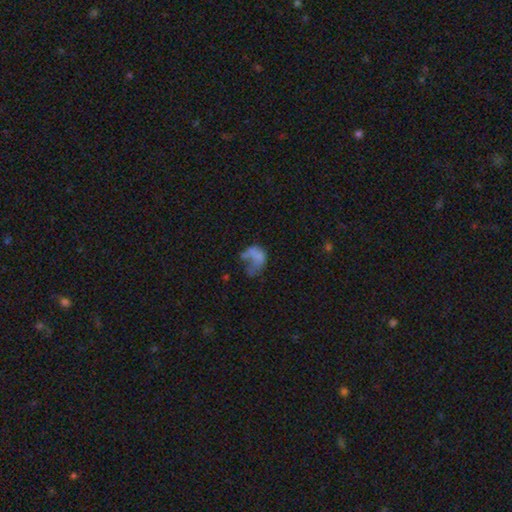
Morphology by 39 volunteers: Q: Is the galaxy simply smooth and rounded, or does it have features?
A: featured or disk — 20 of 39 (51%).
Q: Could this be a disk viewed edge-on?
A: no — 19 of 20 (95%).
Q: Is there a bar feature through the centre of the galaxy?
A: no — 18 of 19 (95%).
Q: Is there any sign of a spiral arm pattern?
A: no — 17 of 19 (89%).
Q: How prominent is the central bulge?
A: none — 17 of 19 (89%).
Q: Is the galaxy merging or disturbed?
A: major disturbance — 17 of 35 (49%).